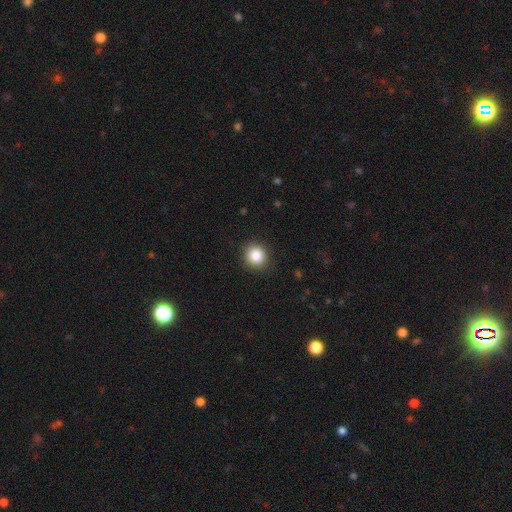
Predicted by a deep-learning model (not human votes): Smooth or featured: smooth — 86% (star or artifact — 9%)
How rounded: round — 88% (in between — 11%)
Merging: none — 89% (minor disturbance — 8%)